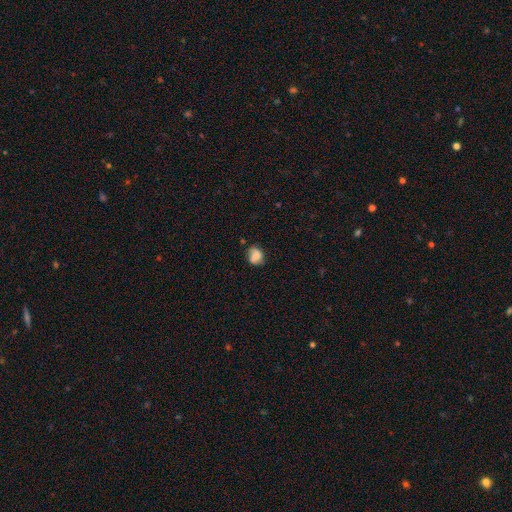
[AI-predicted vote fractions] Q: Smooth or featured?
A: smooth (74%); runner-up: featured or disk (16%)
Q: How rounded?
A: round (56%); runner-up: in between (43%)
Q: Merging?
A: none (59%); runner-up: minor disturbance (28%)